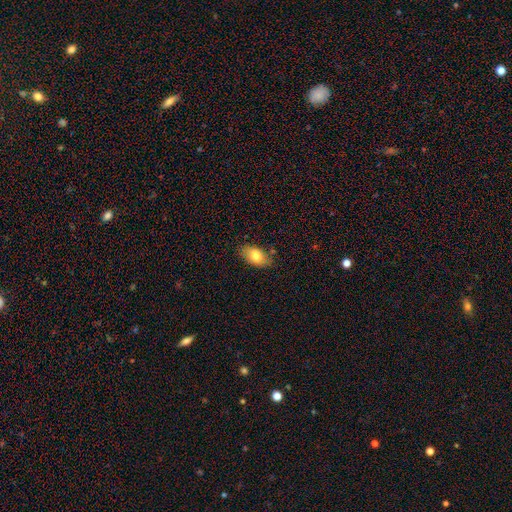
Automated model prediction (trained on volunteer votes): Smooth or featured? smooth (78%)
How rounded? in between (91%)
Merging? none (78%)